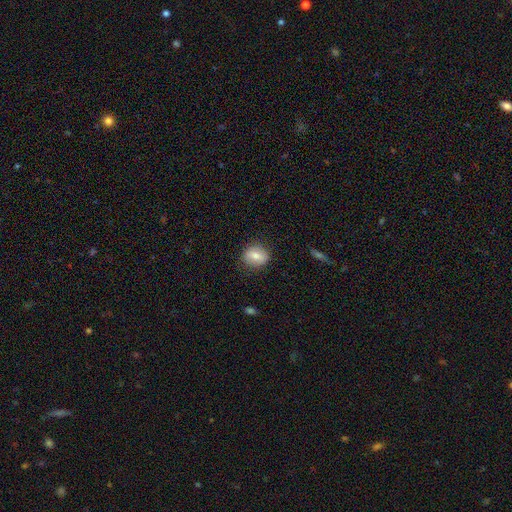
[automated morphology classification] This appears to be a smooth galaxy with no disk features (70%) that is round (62%). Merging: none (83%).